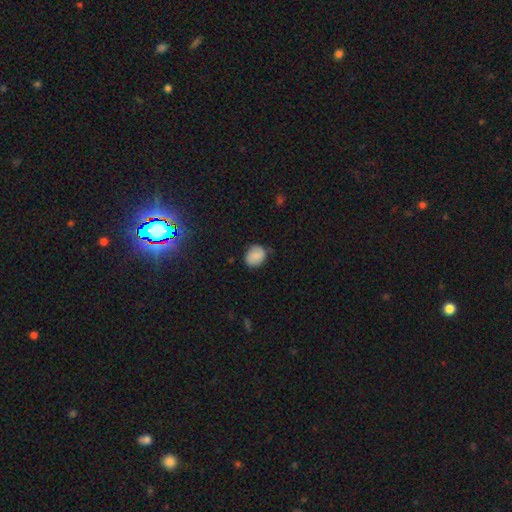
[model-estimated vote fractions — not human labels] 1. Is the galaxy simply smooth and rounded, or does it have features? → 81% smooth, 10% featured or disk, 9% star or artifact.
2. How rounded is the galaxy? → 53% round, 46% in between, 1% cigar-shaped.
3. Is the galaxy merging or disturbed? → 73% none, 22% minor disturbance, 4% major disturbance, 1% merger.